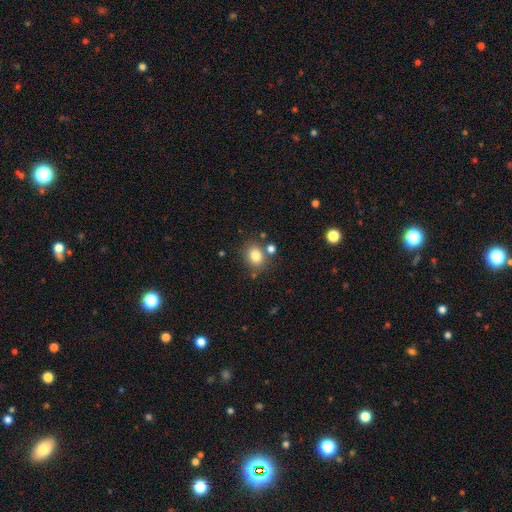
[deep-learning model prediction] Q: Smooth or featured?
A: smooth (81%); runner-up: star or artifact (11%)
Q: How rounded?
A: round (54%); runner-up: in between (45%)
Q: Merging?
A: none (73%); runner-up: minor disturbance (12%)